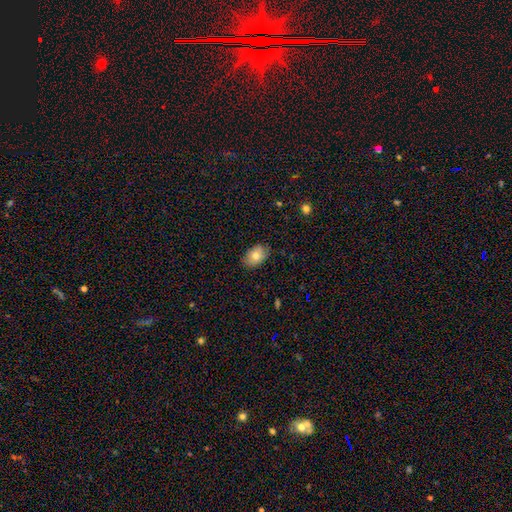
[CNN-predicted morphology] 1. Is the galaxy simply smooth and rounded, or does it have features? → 76% smooth, 16% featured or disk, 8% star or artifact.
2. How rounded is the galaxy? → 84% in between, 15% round, 1% cigar-shaped.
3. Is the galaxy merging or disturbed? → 81% none, 15% minor disturbance, 3% major disturbance, 1% merger.